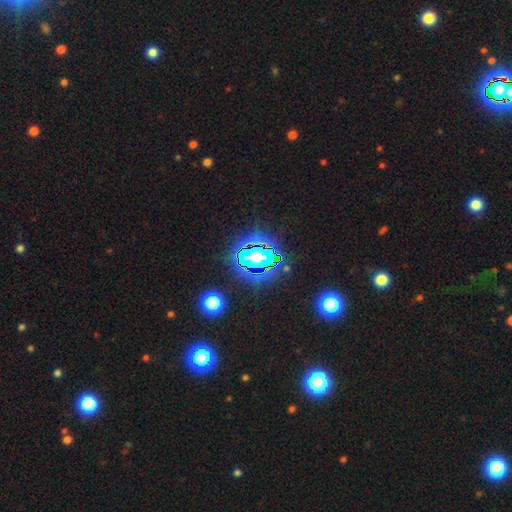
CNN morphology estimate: Smooth or featured? Predicted: star or artifact (p=0.60).